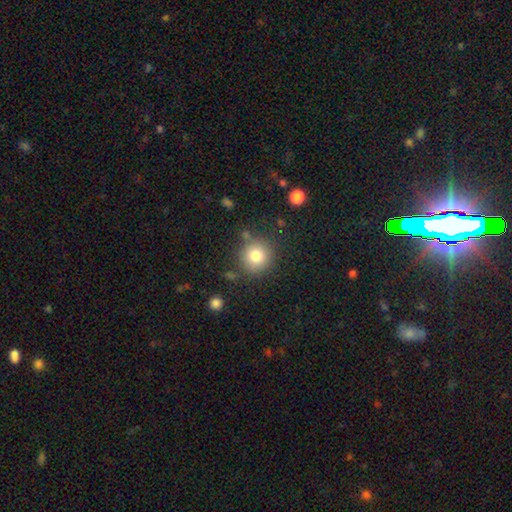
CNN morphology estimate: type=smooth (80%); roundness=round (93%); merging=none (82%).